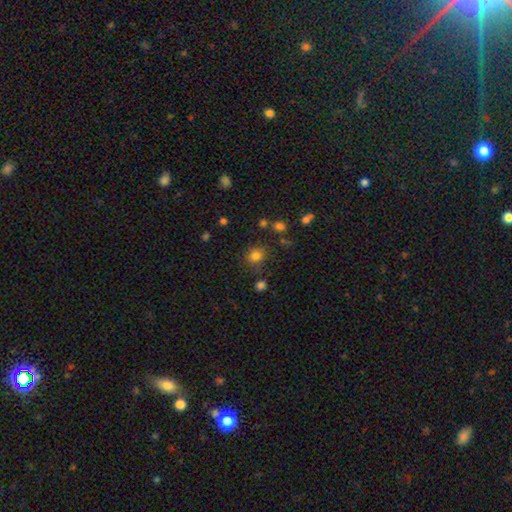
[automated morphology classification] The model was most divided on "smooth or featured": smooth: 80%, star or artifact: 15%, featured or disk: 5%. More confident: how rounded — round (85%); merging — none (78%).